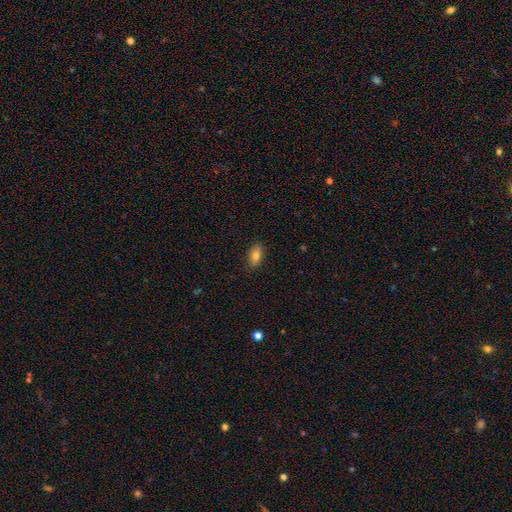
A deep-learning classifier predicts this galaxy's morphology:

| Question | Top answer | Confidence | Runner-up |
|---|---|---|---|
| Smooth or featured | smooth | 78% | featured or disk (14%) |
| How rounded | in between | 86% | cigar-shaped (9%) |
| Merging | none | 86% | minor disturbance (11%) |